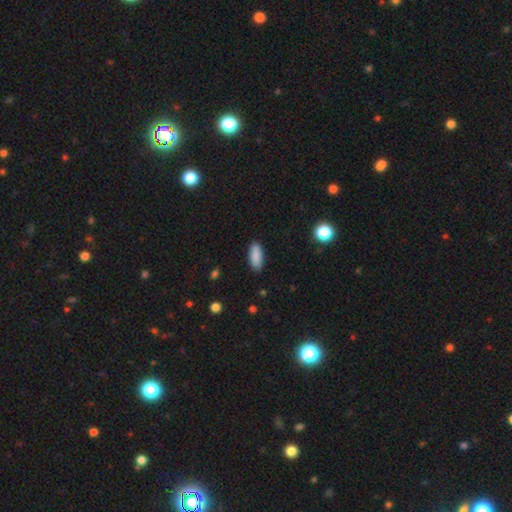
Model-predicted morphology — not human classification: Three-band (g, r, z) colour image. It shows a smooth galaxy with no disk features (89%) that is in between round and cigar-shaped (82%). Merging: none (88%).